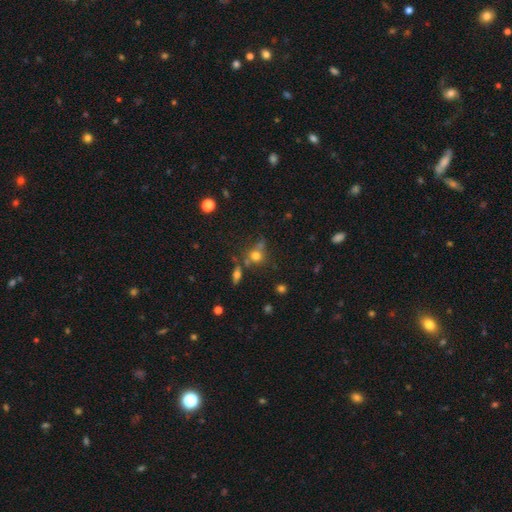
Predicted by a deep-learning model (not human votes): Smooth or featured: smooth — 69% (star or artifact — 18%)
How rounded: round — 80% (in between — 17%)
Merging: none — 58% (merger — 20%)